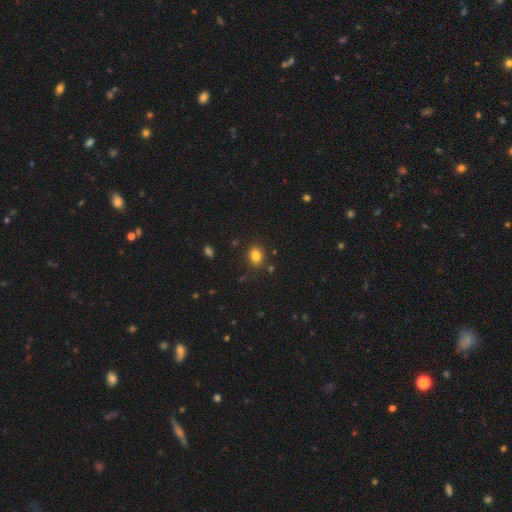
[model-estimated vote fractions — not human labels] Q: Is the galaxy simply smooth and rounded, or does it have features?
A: smooth — 83%.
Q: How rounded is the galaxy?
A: in between — 64%.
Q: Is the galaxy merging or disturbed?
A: none — 83%.